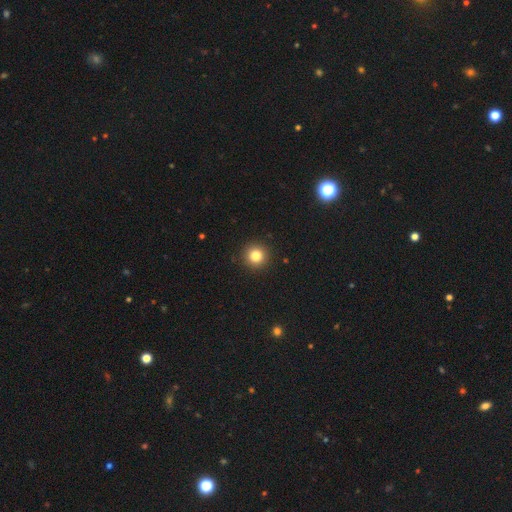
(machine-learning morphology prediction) A smooth galaxy with no disk features (83%) that is round (95%).

Vote fractions:
- Smooth or featured? smooth: 83% / star or artifact: 11% / featured or disk: 6%
- How rounded? round: 95% / in between: 4% / cigar-shaped: 1%
- Merging? none: 92% / minor disturbance: 5% / major disturbance: 2% / merger: 1%